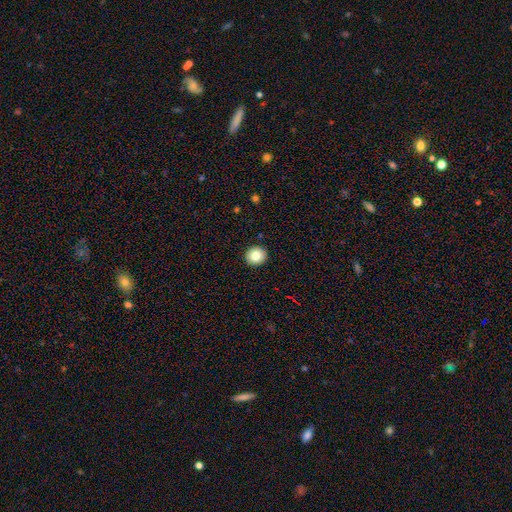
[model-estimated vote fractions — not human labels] Smooth or featured? smooth (82%)
How rounded? round (89%)
Merging? none (93%)